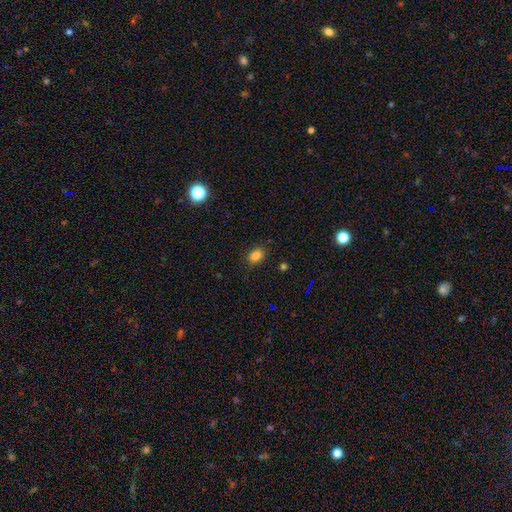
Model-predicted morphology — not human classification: Overall: smooth (83%). How rounded: in between (57%; round 42%). Merging: none (85%).